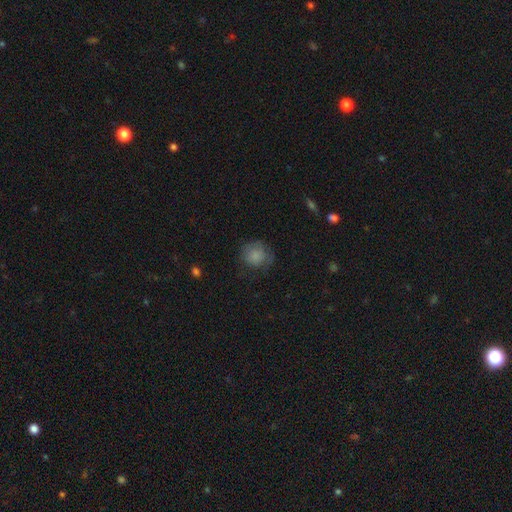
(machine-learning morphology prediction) Smooth or featured: smooth — 77% (featured or disk — 13%)
How rounded: round — 85% (in between — 14%)
Merging: none — 58% (minor disturbance — 25%)